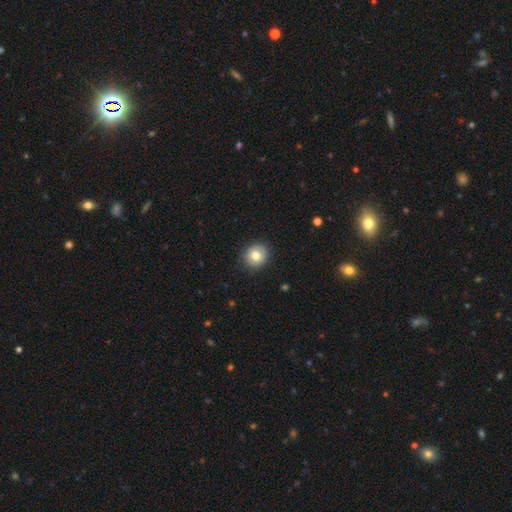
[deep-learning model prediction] This appears to be a smooth galaxy with no disk features (78%) that is round (84%). Merging: none (86%).